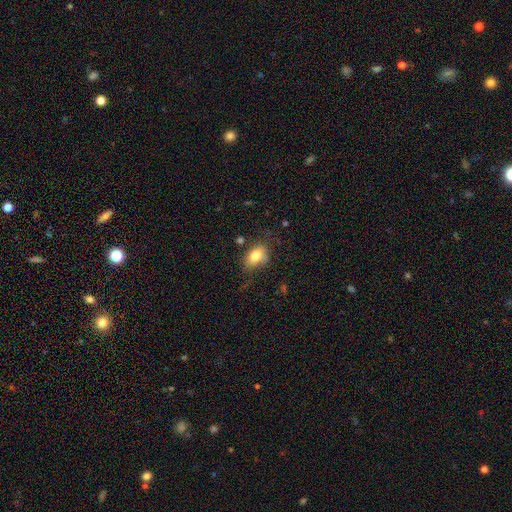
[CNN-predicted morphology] This appears to be a smooth galaxy with no disk features (80%) that is in between round and cigar-shaped (84%). Merging: none (66%).